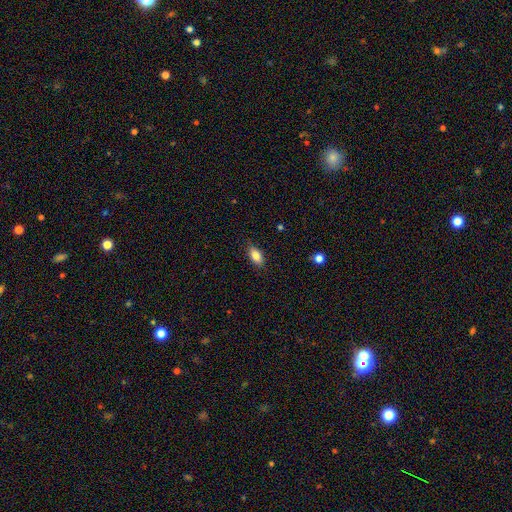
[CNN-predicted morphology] type=smooth (85%); roundness=in between (89%); merging=none (84%).